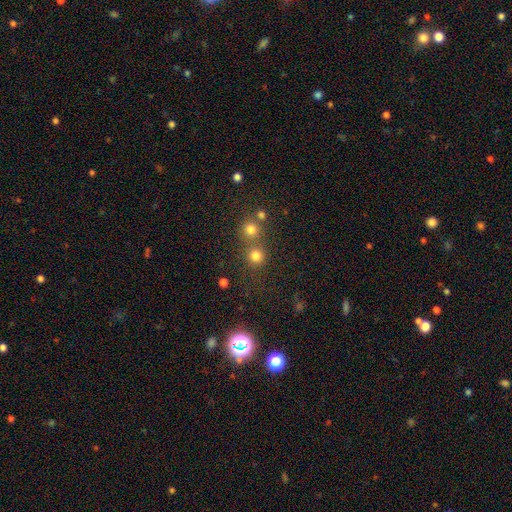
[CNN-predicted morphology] Smooth or featured? Predicted: smooth (p=0.77). How rounded? Predicted: round (p=0.91). Merging? Predicted: none (p=0.62).